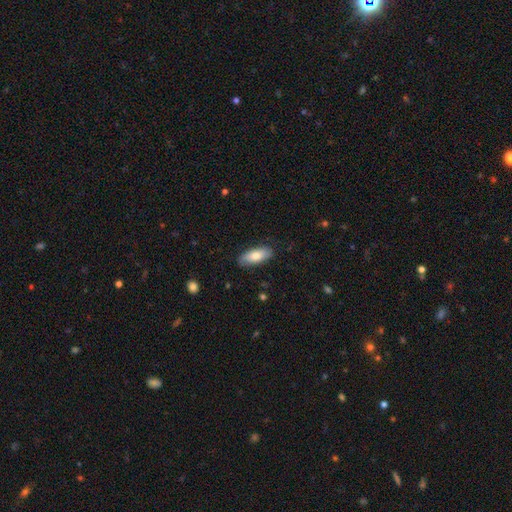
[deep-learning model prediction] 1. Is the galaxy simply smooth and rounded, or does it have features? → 75% smooth, 19% featured or disk, 6% star or artifact.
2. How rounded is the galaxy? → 79% in between, 19% cigar-shaped, 2% round.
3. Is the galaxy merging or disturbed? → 83% none, 13% minor disturbance, 2% major disturbance, 1% merger.